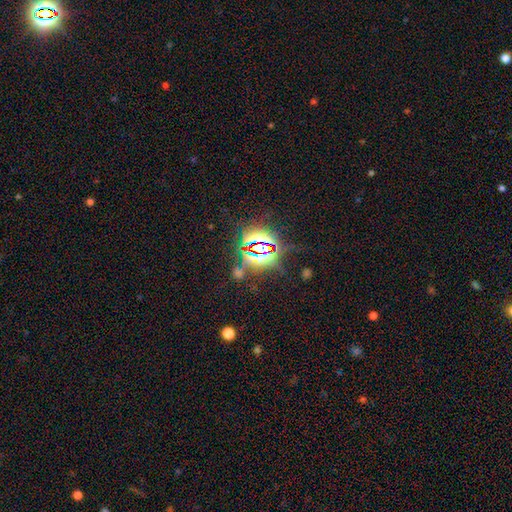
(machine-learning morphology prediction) smooth_or_featured: star or artifact (p=0.86) [alt: smooth p=0.08]